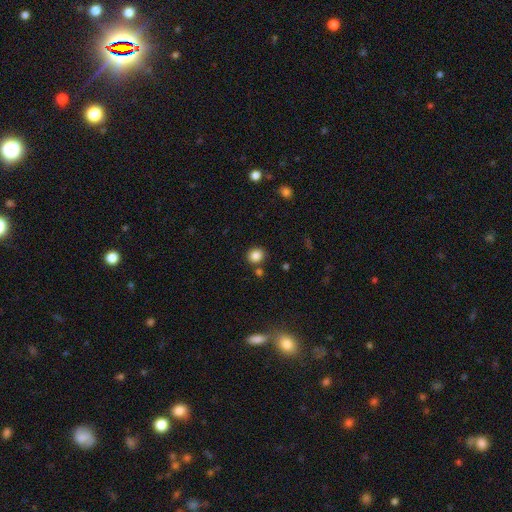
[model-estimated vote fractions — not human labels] smooth 84%, star or artifact 11%, featured or disk 5%. Down the decision tree: how rounded — round (82%); merging — none (81%).